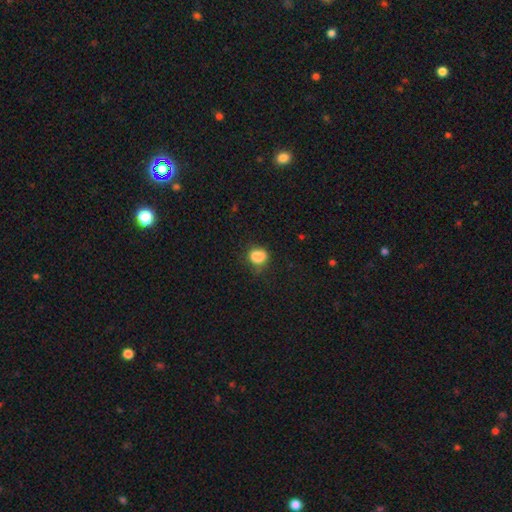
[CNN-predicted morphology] Smooth or featured: smooth — 85% (star or artifact — 10%)
How rounded: round — 60% (in between — 39%)
Merging: none — 63% (minor disturbance — 26%)